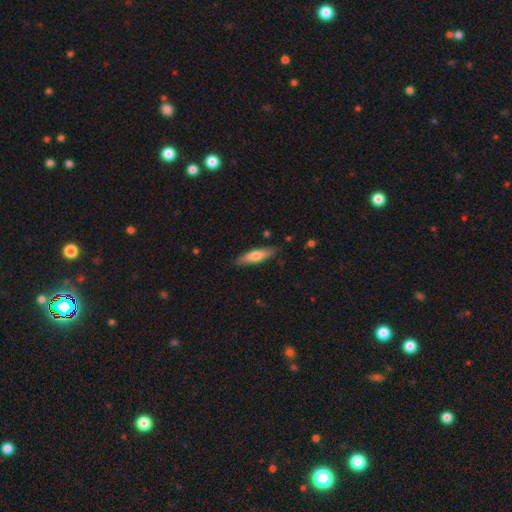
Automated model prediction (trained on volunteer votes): smooth-or-featured: smooth: 62% | featured or disk: 32% | star or artifact: 6%
  how-rounded: cigar-shaped: 66% | in between: 32% | round: 2%
  merging: none: 85% | minor disturbance: 12% | major disturbance: 2% | merger: 1%